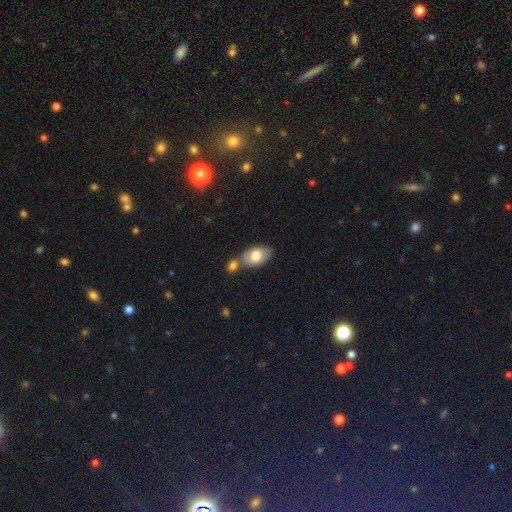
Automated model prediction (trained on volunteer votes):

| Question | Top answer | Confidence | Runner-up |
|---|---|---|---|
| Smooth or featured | smooth | 67% | featured or disk (26%) |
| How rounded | in between | 92% | round (7%) |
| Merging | none | 52% | merger (27%) |